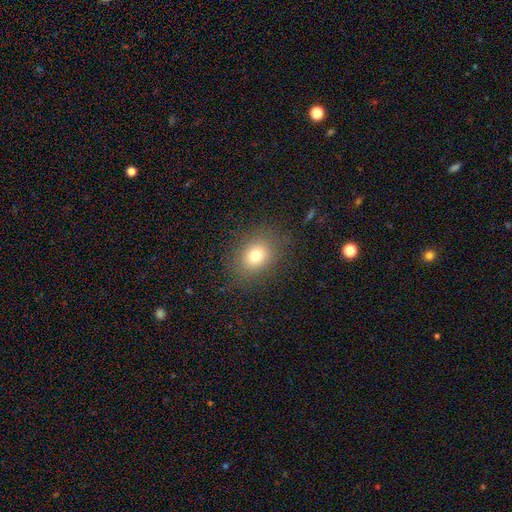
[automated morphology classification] This is likely a smooth galaxy (75%). How rounded: possibly round (52%). Merging: clearly none (82%).